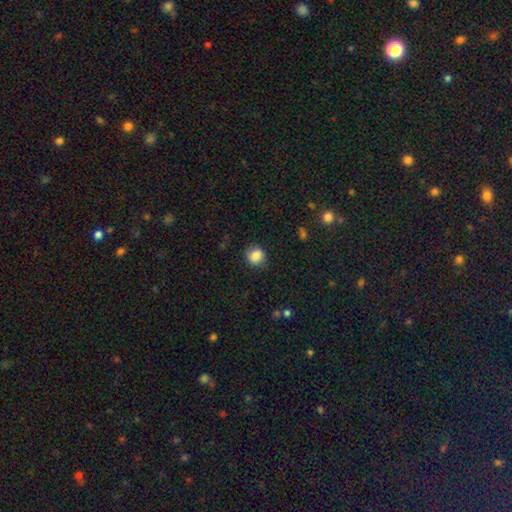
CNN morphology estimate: Q: Smooth or featured?
A: smooth (85%); runner-up: star or artifact (10%)
Q: How rounded?
A: round (79%); runner-up: in between (20%)
Q: Merging?
A: none (82%); runner-up: minor disturbance (13%)